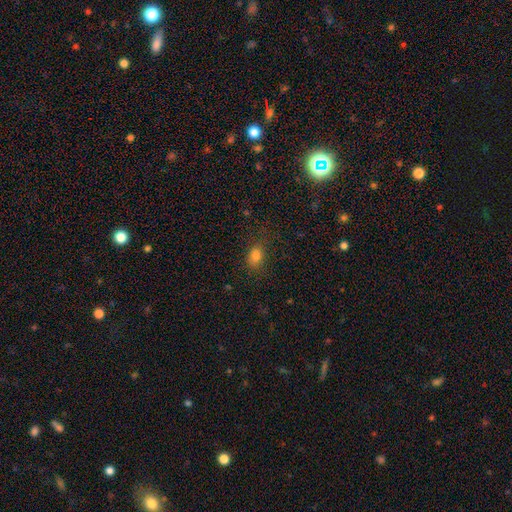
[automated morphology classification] The model was most divided on "how rounded": in between: 68%, round: 30%, cigar-shaped: 2%. More confident: smooth or featured — smooth (80%); merging — none (77%).